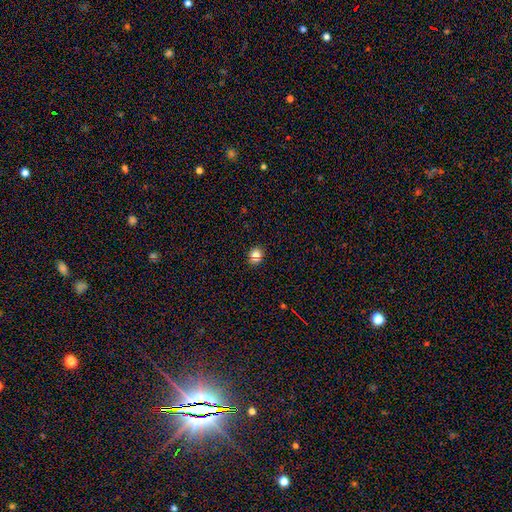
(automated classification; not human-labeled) This appears to be a smooth galaxy with no disk features (77%) that is round (74%). Merging: none (84%).